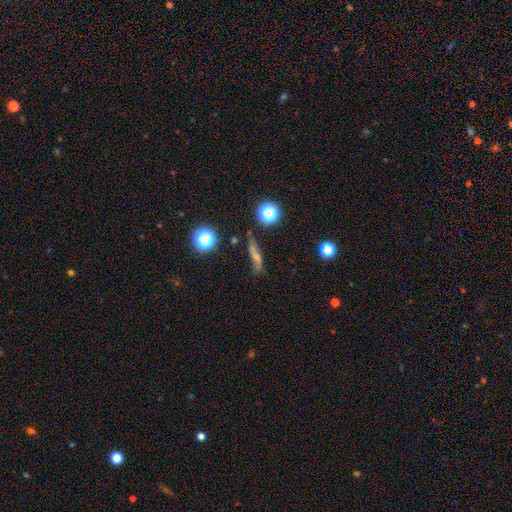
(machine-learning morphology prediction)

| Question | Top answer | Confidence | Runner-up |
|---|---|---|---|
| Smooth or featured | smooth | 57% | featured or disk (27%) |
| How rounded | cigar-shaped | 65% | in between (20%) |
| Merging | none | 64% | minor disturbance (22%) |